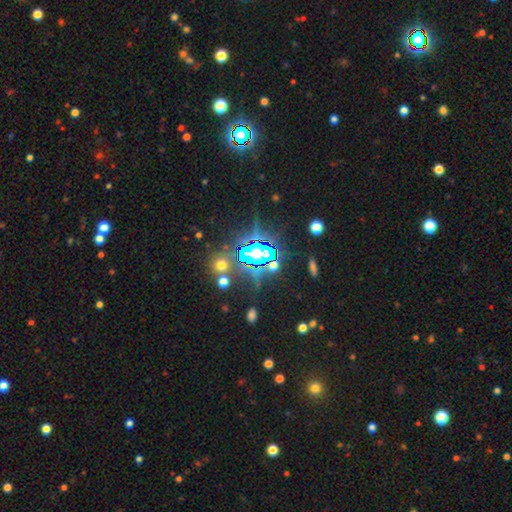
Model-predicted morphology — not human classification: Smooth or featured? star or artifact (83%)